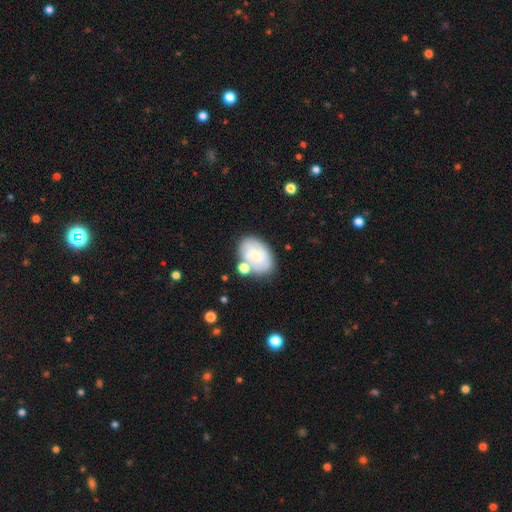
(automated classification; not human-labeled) Smooth or featured?
  - smooth: 55% *
  - featured or disk: 37%
  - star or artifact: 9%
How rounded?
  - in between: 84% *
  - round: 14%
  - cigar-shaped: 1%
Merging?
  - none: 59% *
  - minor disturbance: 18%
  - merger: 16%
  - major disturbance: 7%